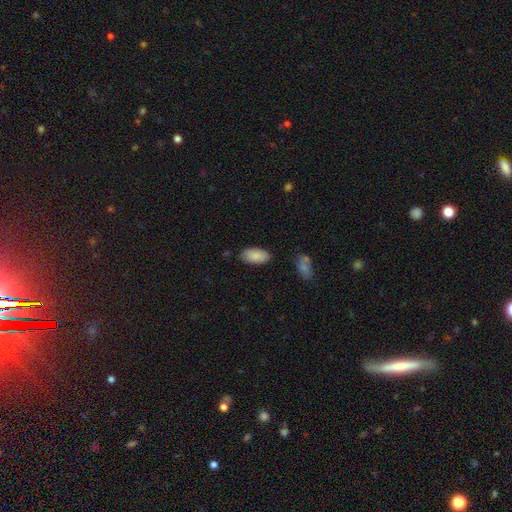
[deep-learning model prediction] smooth_or_featured: smooth (p=0.86) [alt: featured or disk p=0.08]
how_rounded: in between (p=0.94) [alt: cigar-shaped p=0.03]
merging: none (p=0.81) [alt: minor disturbance p=0.14]